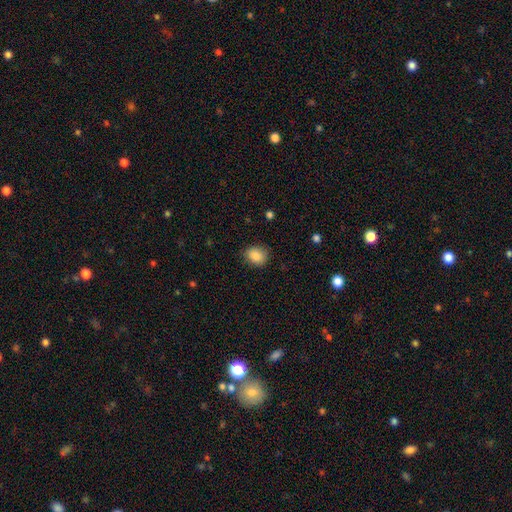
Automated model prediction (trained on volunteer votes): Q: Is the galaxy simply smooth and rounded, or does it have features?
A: smooth — 87%.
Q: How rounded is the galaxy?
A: round — 55%.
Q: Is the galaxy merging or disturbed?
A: none — 80%.